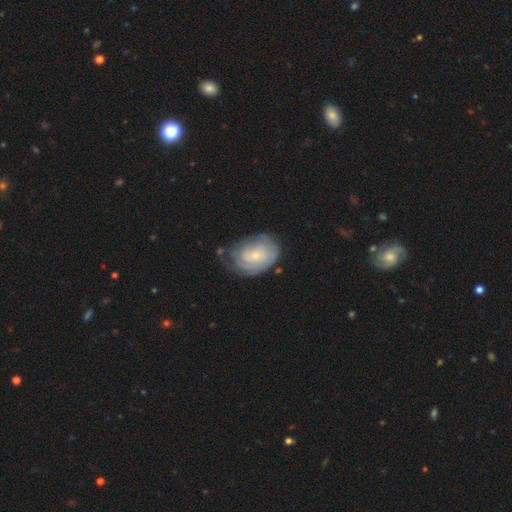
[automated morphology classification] This is likely a featured or disk galaxy (67%). It is clearly not viewed edge-on (97%). Bar: likely no (75%). Spiral arm pattern: clearly yes (83%). Spiral arm count: possibly can't tell (55%). Spiral winding: likely tight (70%). Central bulge: likely small (76%). Merging: possibly none (53%).